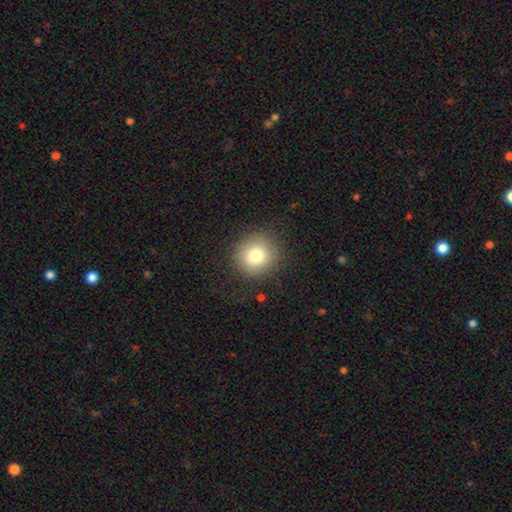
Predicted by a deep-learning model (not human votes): Overall: smooth (78%). How rounded: round (92%). Merging: none (86%).